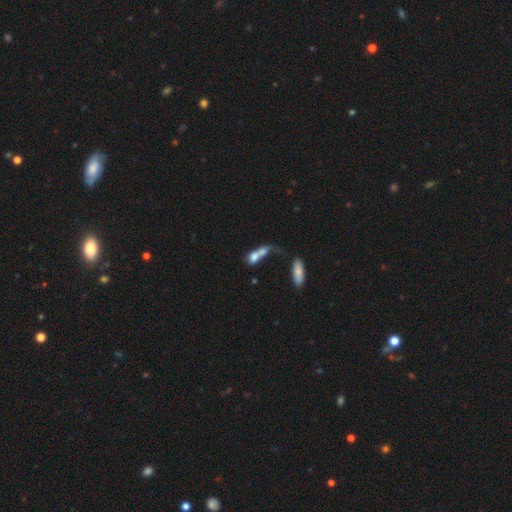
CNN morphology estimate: The model was most divided on "smooth or featured": smooth: 64%, featured or disk: 26%, star or artifact: 10%. More confident: merging — merger (68%); how rounded — in between (65%).